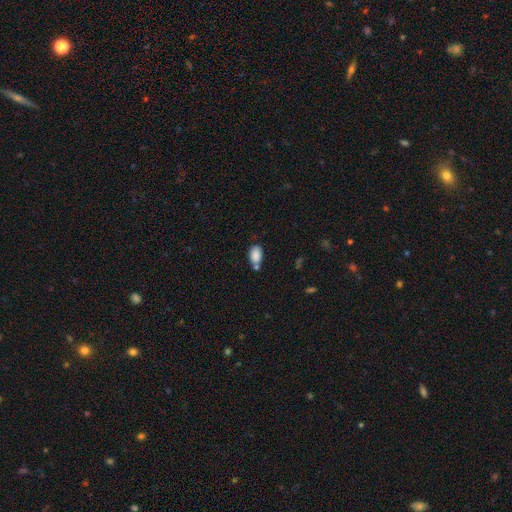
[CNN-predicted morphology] Smooth or featured?
  - smooth: 86% *
  - star or artifact: 8%
  - featured or disk: 6%
How rounded?
  - in between: 87% *
  - round: 11%
  - cigar-shaped: 1%
Merging?
  - none: 55% *
  - merger: 22%
  - minor disturbance: 18%
  - major disturbance: 5%